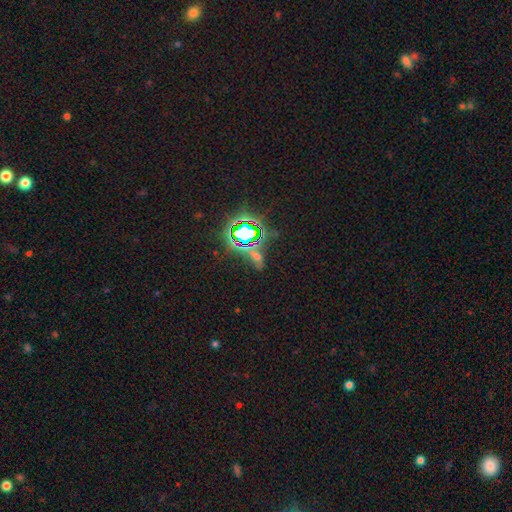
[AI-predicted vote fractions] star or artifact 72%, smooth 16%, featured or disk 12%.